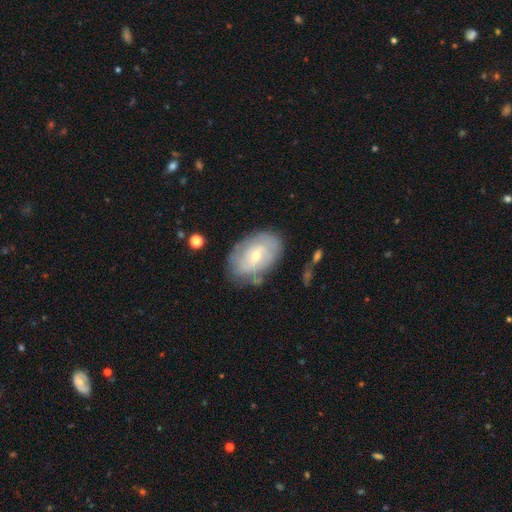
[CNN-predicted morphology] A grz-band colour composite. It shows a featured or disk galaxy (61%) with no bar (59%), spiral arms (64%) and a small central bulge (61%). Merging: none (74%).